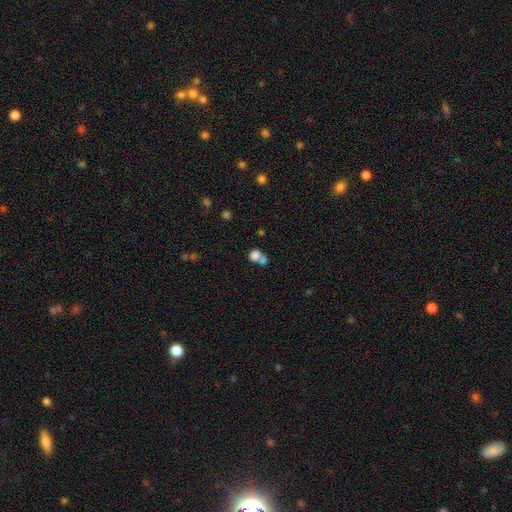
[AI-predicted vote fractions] Smooth or featured?
  - smooth: 78% *
  - featured or disk: 11%
  - star or artifact: 11%
How rounded?
  - round: 68% *
  - in between: 31%
  - cigar-shaped: 1%
Merging?
  - merger: 55% *
  - none: 31%
  - minor disturbance: 8%
  - major disturbance: 6%